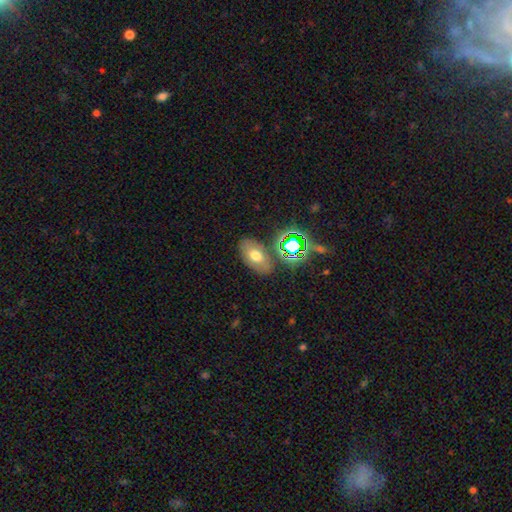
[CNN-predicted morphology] type=smooth (59%); roundness=in between (88%); merging=none (77%).